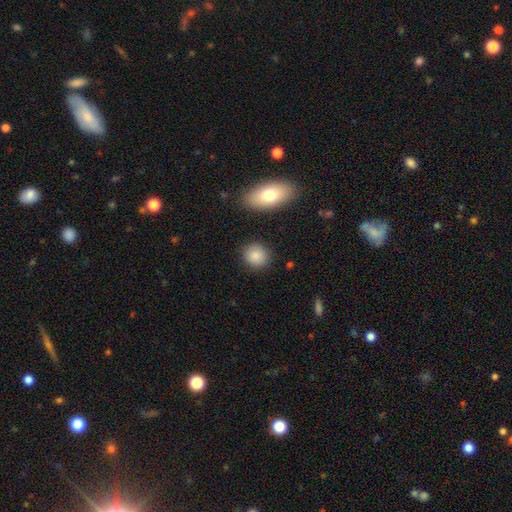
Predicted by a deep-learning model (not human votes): This appears to be a smooth galaxy with no disk features (86%) that is round (81%). Merging: none (87%).